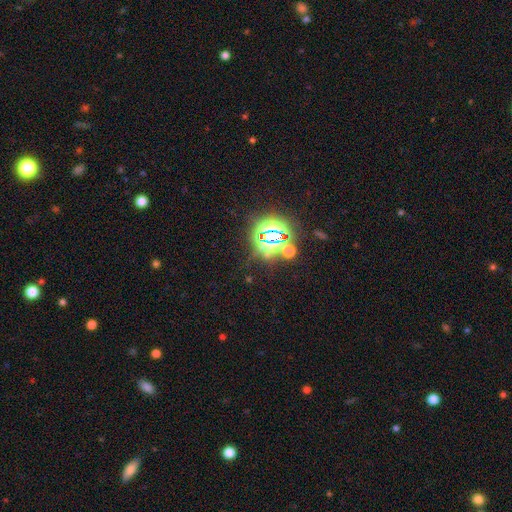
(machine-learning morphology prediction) Smooth or featured: star or artifact — 82% (smooth — 11%)